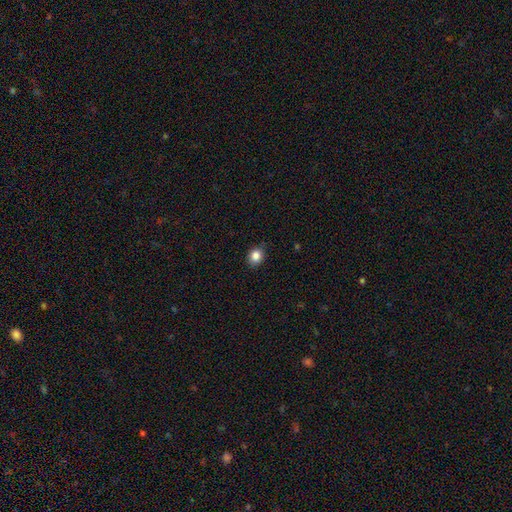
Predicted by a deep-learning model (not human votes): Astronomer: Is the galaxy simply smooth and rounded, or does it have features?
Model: smooth — 85%.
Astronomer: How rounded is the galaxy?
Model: round — 57% (runner-up: in between, 42%).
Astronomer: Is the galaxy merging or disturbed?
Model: none — 87%.